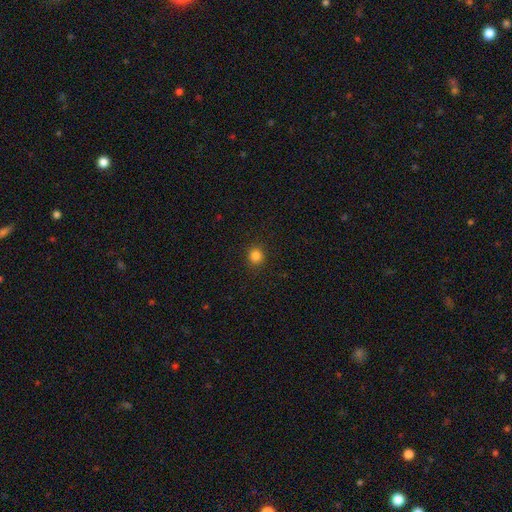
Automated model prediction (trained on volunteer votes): Smooth or featured? smooth (84%)
How rounded? round (91%)
Merging? none (91%)